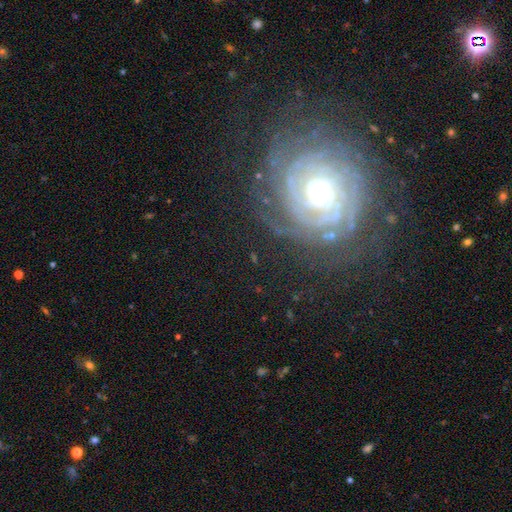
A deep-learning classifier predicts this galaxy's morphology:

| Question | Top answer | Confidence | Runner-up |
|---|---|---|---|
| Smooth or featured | featured or disk | 79% | star or artifact (11%) |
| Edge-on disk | no | 96% | yes (4%) |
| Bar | no | 62% | weak (23%) |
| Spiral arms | yes | 92% | no (8%) |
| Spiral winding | tight | 83% | medium (14%) |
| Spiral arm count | can't tell | 33% | 2 (18%) |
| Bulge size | moderate | 61% | large (21%) |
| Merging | none | 77% | minor disturbance (13%) |